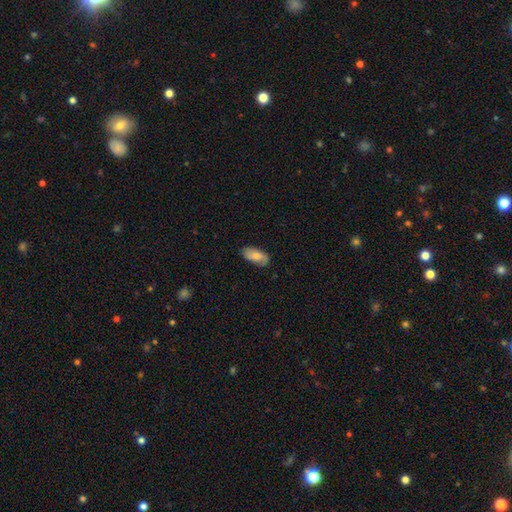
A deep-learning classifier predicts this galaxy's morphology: Q: Smooth or featured?
A: smooth (80%); runner-up: featured or disk (14%)
Q: How rounded?
A: in between (91%); runner-up: cigar-shaped (7%)
Q: Merging?
A: none (83%); runner-up: minor disturbance (14%)